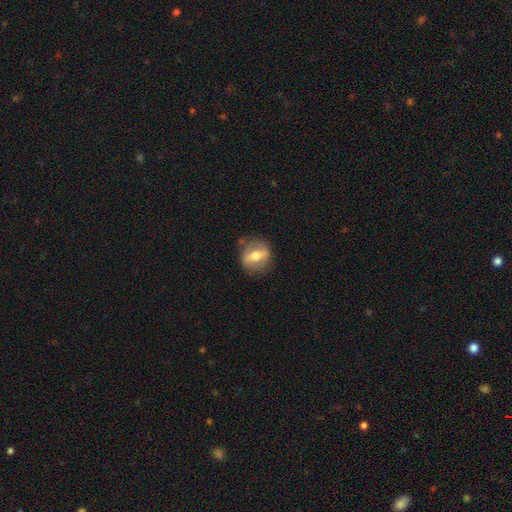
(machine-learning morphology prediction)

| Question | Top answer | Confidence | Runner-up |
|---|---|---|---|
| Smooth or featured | featured or disk | 52% | smooth (41%) |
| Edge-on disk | no | 83% | yes (17%) |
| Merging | none | 78% | minor disturbance (15%) |